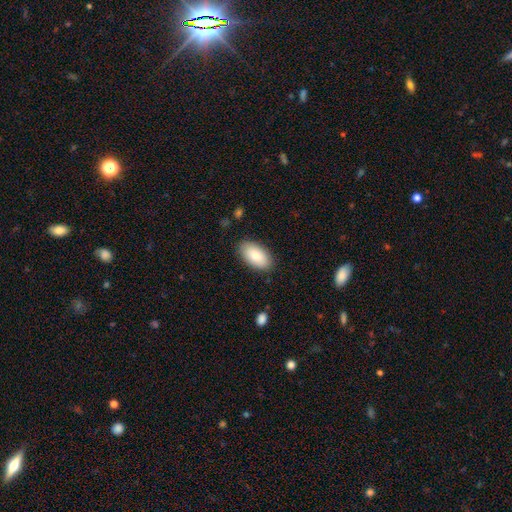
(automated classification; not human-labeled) smooth 85%, featured or disk 9%, star or artifact 6%. Down the decision tree: how rounded — in between (95%); merging — none (87%).